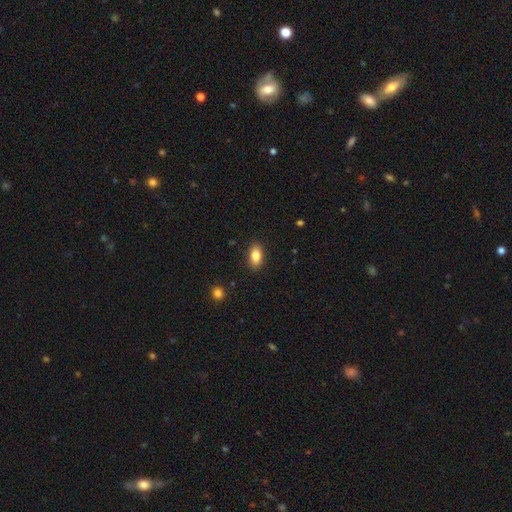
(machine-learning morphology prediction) The model was most divided on "smooth or featured": smooth: 84%, featured or disk: 9%, star or artifact: 8%. More confident: how rounded — in between (89%); merging — none (88%).